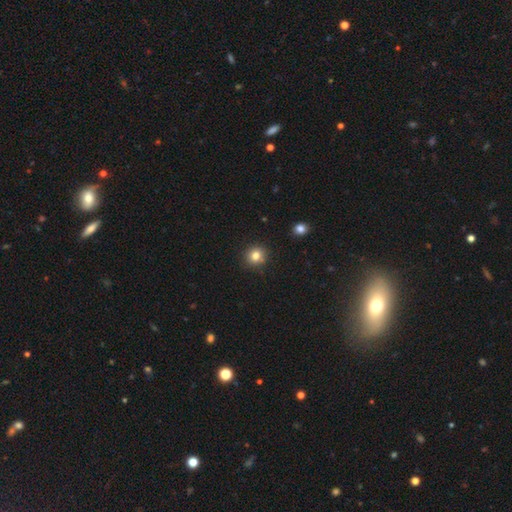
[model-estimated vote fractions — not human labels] This appears to be a smooth galaxy with no disk features (81%) that is round (88%). Merging: none (88%).